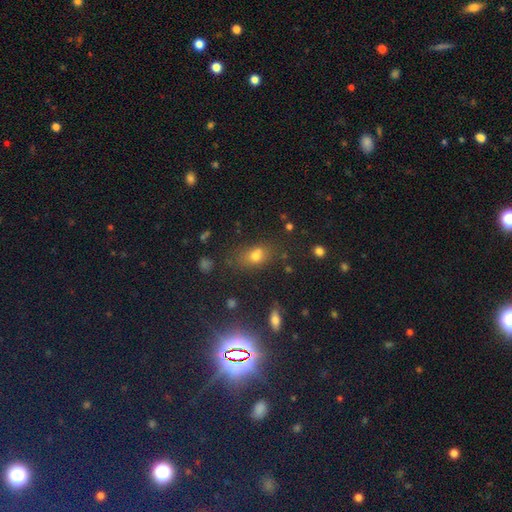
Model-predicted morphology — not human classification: Q: Smooth or featured?
A: smooth (64%); runner-up: star or artifact (24%)
Q: How rounded?
A: in between (66%); runner-up: round (30%)
Q: Merging?
A: none (67%); runner-up: minor disturbance (17%)